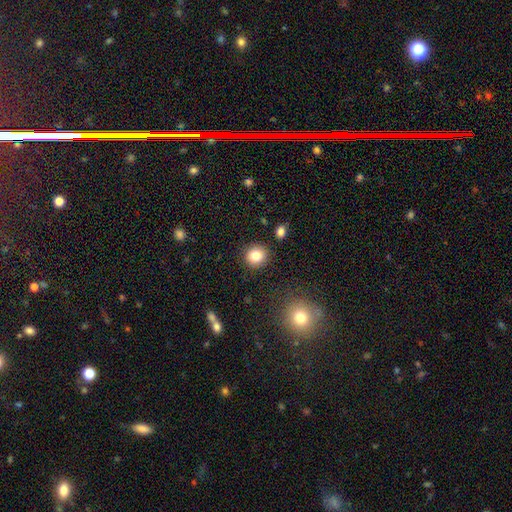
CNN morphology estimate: This appears to be a smooth galaxy with no disk features (82%) that is round (86%). Merging: none (89%).